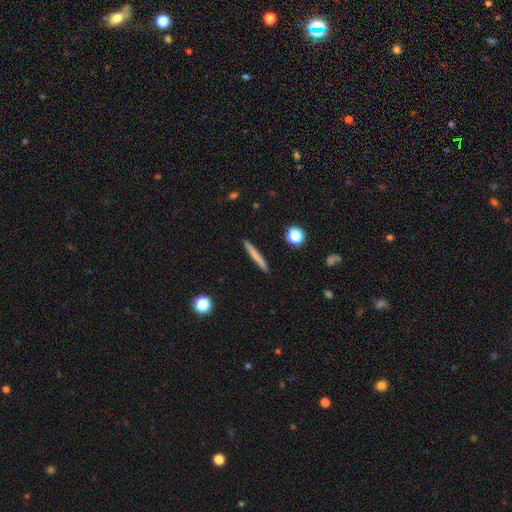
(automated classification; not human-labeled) The model was most divided on "smooth or featured": smooth: 68%, featured or disk: 25%, star or artifact: 7%. More confident: how rounded — cigar-shaped (95%); merging — none (92%).